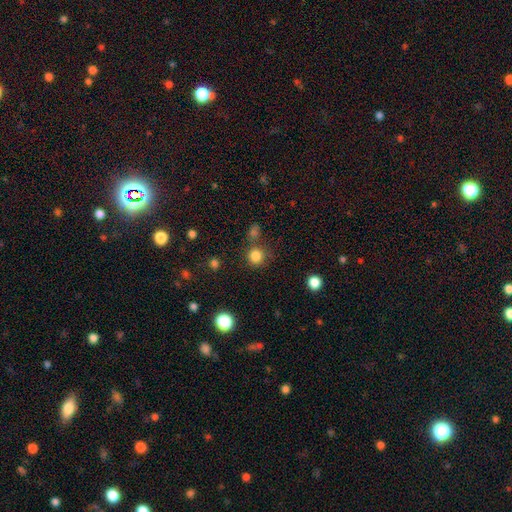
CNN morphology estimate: smooth-or-featured: smooth: 82% | star or artifact: 13% | featured or disk: 5%
  how-rounded: round: 92% | in between: 7% | cigar-shaped: 1%
  merging: none: 74% | merger: 11% | minor disturbance: 10% | major disturbance: 4%